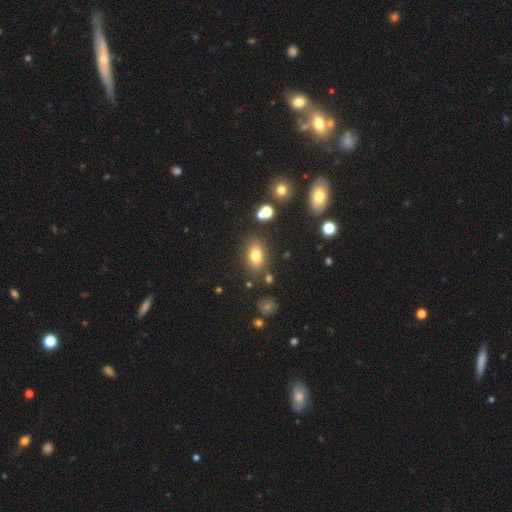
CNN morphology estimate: The model was most divided on "smooth or featured": smooth: 75%, star or artifact: 13%, featured or disk: 11%. More confident: merging — none (80%); how rounded — in between (80%).